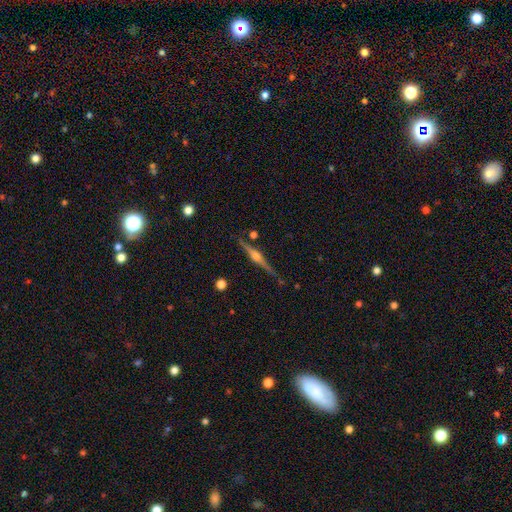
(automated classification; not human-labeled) Smooth or featured? Predicted: featured or disk (p=0.81). Edge-on disk? Predicted: yes (p=0.98). Edge-on bulge? Predicted: rounded (p=0.86). Merging? Predicted: none (p=0.84).